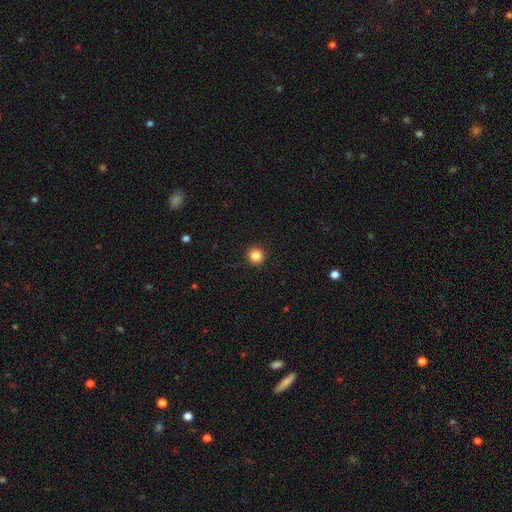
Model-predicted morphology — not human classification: type=smooth (85%); roundness=round (95%); merging=none (93%).